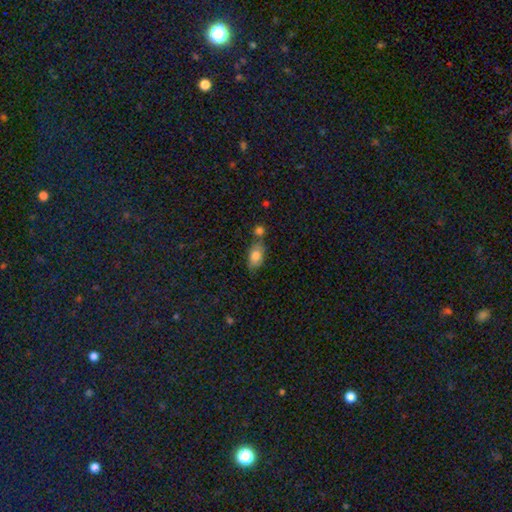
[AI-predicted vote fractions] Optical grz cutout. It shows a smooth galaxy with no disk features (80%) that is in between round and cigar-shaped (90%). Merging: none (58%).